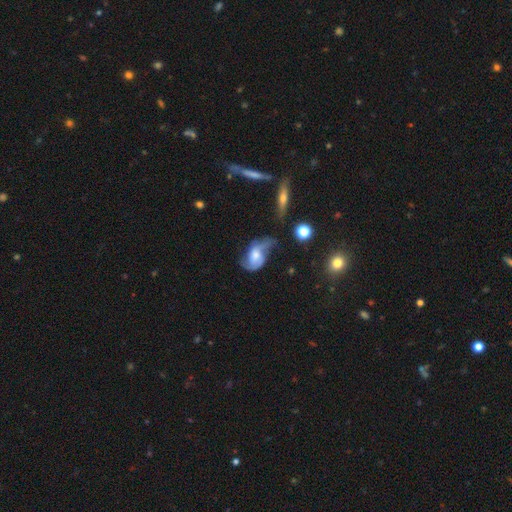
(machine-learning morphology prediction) Overall: featured or disk (70%). Edge-on disk: no (96%). Bar: no (61%; weak 32%). Spiral arms: yes (89%). Spiral arm count: 2 (79%). Spiral winding: loose (48%; medium 37%). Bulge size: moderate (45%; small 21%). Merging: none (35%; major disturbance 30%).